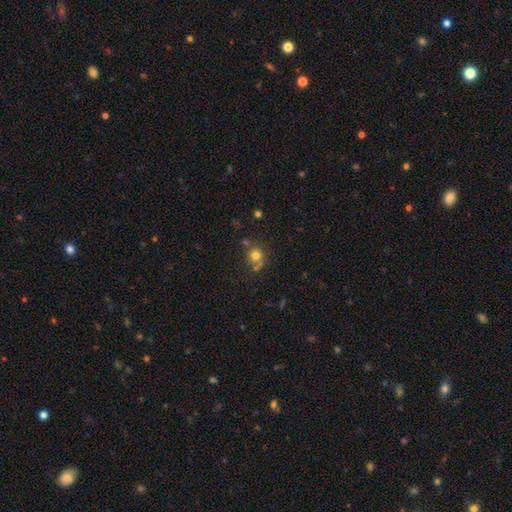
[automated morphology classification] Smooth or featured? Predicted: smooth (p=0.75). How rounded? Predicted: round (p=0.82). Merging? Predicted: none (p=0.57).